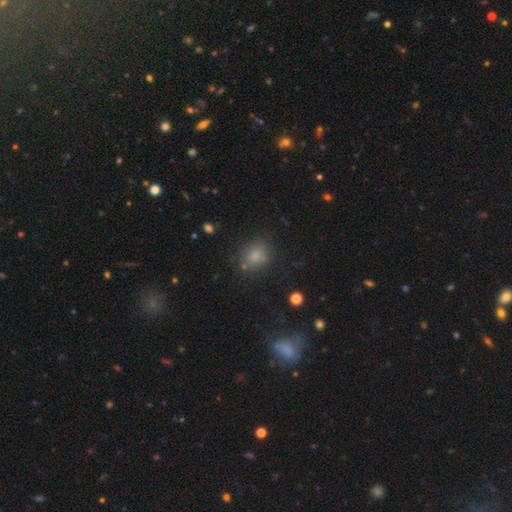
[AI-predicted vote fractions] Q: Smooth or featured?
A: smooth (80%); runner-up: star or artifact (12%)
Q: How rounded?
A: round (53%); runner-up: in between (45%)
Q: Merging?
A: none (74%); runner-up: minor disturbance (15%)